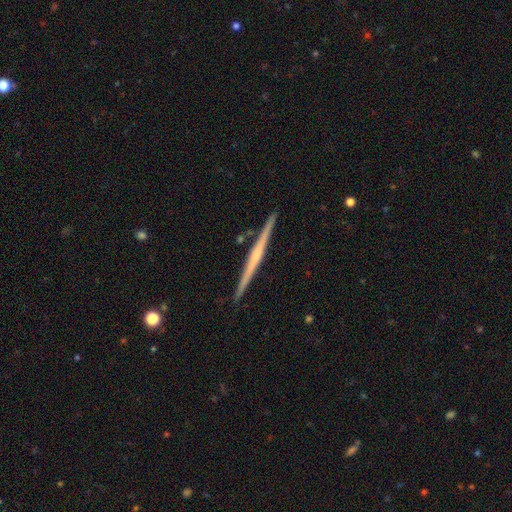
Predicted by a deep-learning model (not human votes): Smooth or featured? Predicted: featured or disk (p=0.75). Edge-on disk? Predicted: yes (p=0.98). Edge-on bulge? Predicted: none (p=0.48). Merging? Predicted: none (p=0.92).